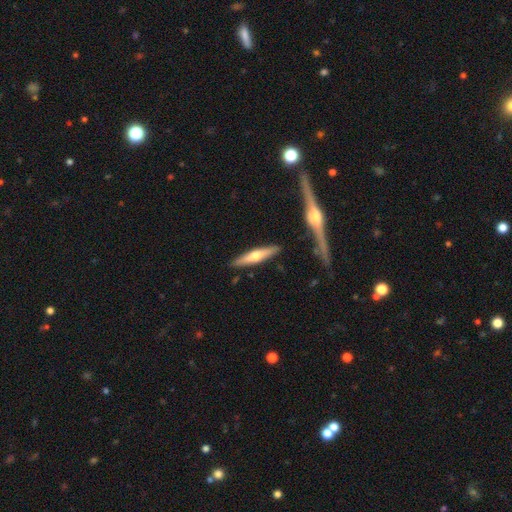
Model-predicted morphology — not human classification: This appears to be a featured or disk galaxy (52%) viewed edge-on (93%). Merging: none (87%).